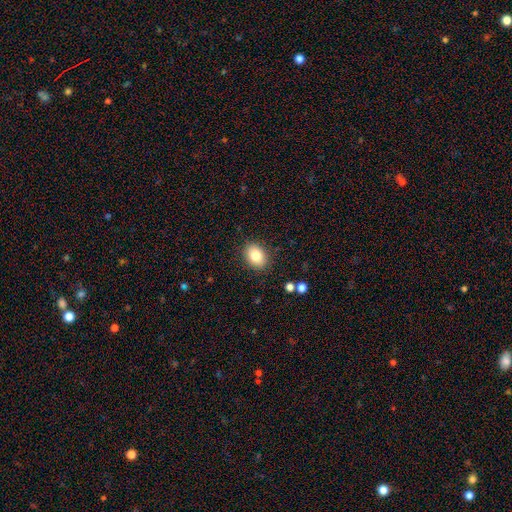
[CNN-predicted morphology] This is clearly a smooth galaxy (82%). How rounded: likely in between (67%). Merging: clearly none (88%).